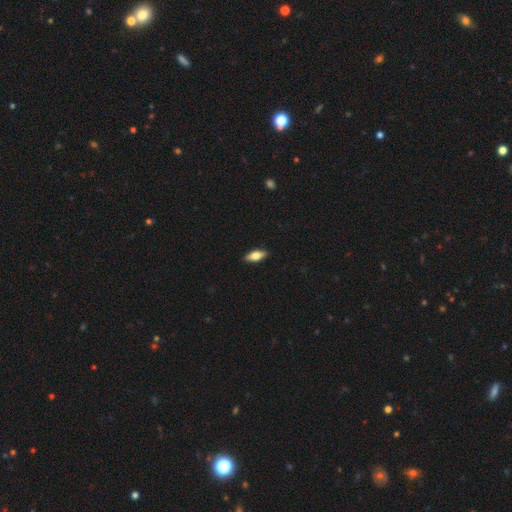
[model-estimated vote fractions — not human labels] This appears to be a smooth galaxy with no disk features (64%) that is in between round and cigar-shaped (74%). Merging: none (89%).